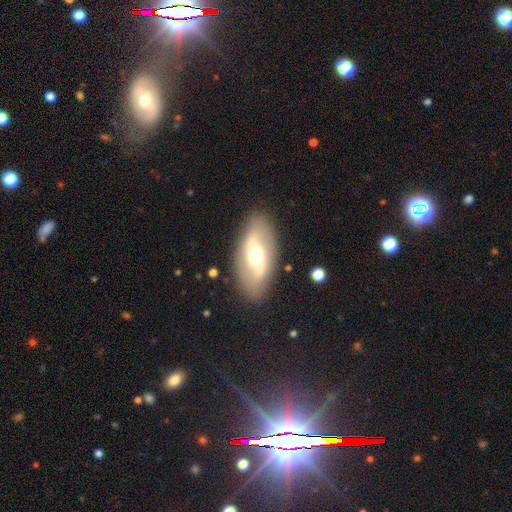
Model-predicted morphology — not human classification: The model was most divided on "spiral arms": yes: 52%, no: 48%. Remaining: edge-on disk — no (85%); merging — none (85%); bulge size — moderate (69%); smooth or featured — featured or disk (60%); bar — weak (38%).